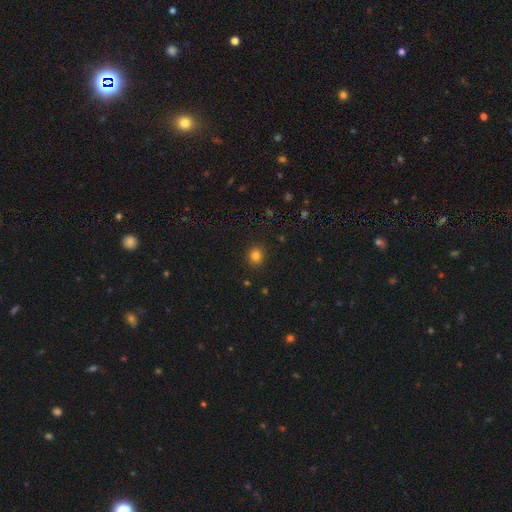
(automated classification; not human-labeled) Overall: smooth (82%). How rounded: round (85%). Merging: none (91%).